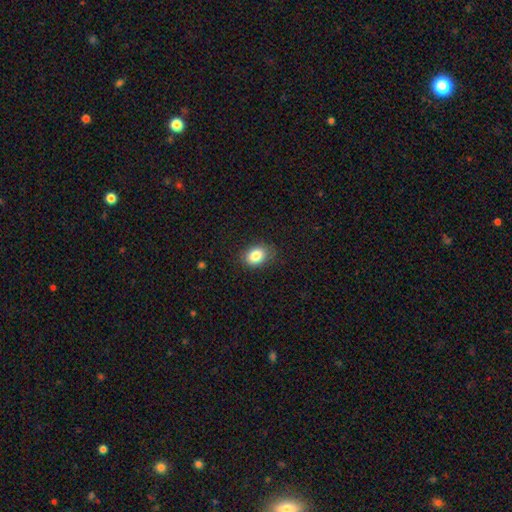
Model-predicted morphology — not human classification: A smooth galaxy with no disk features (84%) that is in between round and cigar-shaped (76%).

Vote fractions:
- Smooth or featured? smooth: 84% / star or artifact: 9% / featured or disk: 7%
- How rounded? in between: 76% / round: 23% / cigar-shaped: 1%
- Merging? none: 82% / minor disturbance: 14% / major disturbance: 3% / merger: 1%